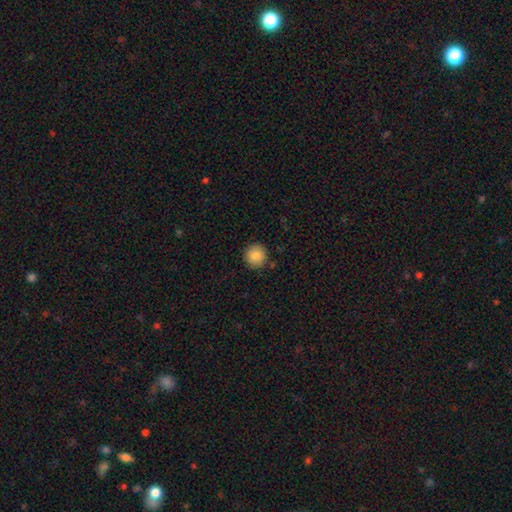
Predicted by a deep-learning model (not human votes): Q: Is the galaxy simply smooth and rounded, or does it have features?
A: smooth — 85%.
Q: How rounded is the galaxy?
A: round — 93%.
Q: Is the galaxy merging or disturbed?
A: none — 88%.